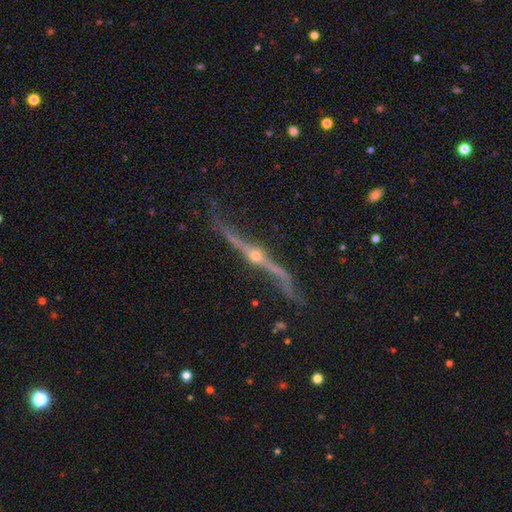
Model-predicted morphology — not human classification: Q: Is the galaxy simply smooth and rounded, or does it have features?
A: featured or disk — 88%.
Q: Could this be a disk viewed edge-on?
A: yes — 87%.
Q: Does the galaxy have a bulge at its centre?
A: rounded — 93%.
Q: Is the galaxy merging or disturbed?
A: none — 61%.